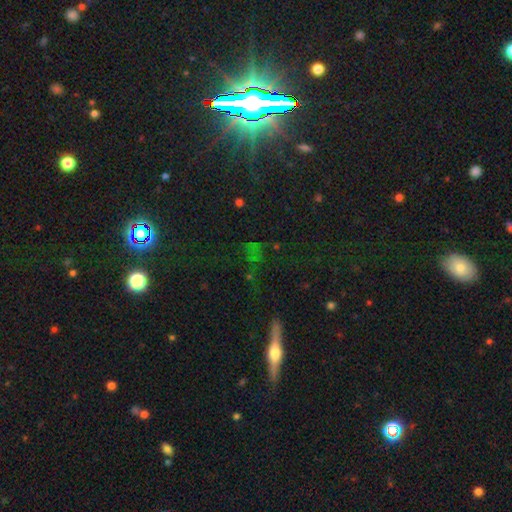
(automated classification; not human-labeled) Smooth or featured?
  - star or artifact: 64% *
  - smooth: 26%
  - featured or disk: 10%